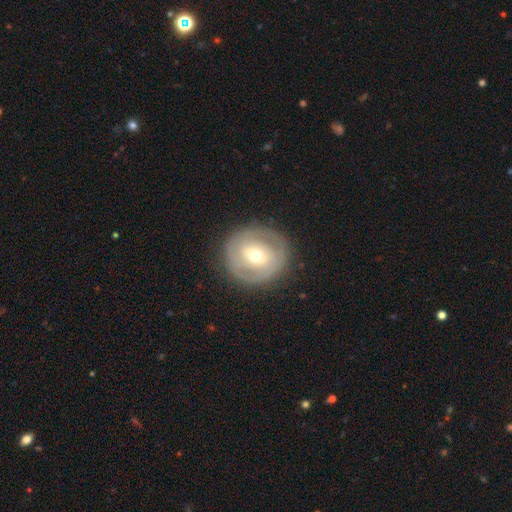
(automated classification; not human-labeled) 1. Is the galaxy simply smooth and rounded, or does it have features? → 62% featured or disk, 31% smooth, 6% star or artifact.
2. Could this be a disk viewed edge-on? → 96% no, 4% yes.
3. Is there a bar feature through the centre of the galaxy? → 51% no, 33% weak, 16% strong.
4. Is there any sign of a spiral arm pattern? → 53% yes, 47% no.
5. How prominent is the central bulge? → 59% moderate, 35% small, 4% large, 1% dominant, 1% none.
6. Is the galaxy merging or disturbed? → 83% none, 11% minor disturbance, 5% major disturbance, 1% merger.